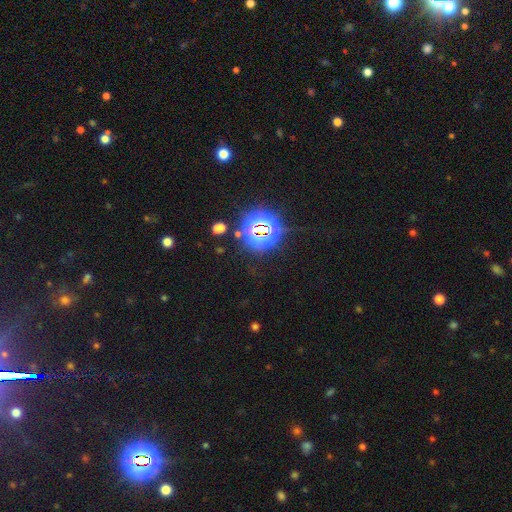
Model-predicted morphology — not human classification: Smooth or featured: star or artifact — 82% (smooth — 12%)